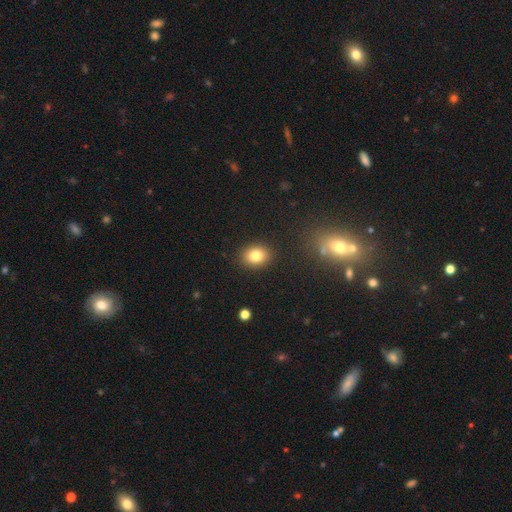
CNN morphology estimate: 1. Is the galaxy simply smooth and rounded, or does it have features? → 81% smooth, 11% star or artifact, 8% featured or disk.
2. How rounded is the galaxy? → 53% in between, 46% round, 1% cigar-shaped.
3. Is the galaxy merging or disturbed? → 90% none, 7% minor disturbance, 2% major disturbance, 1% merger.